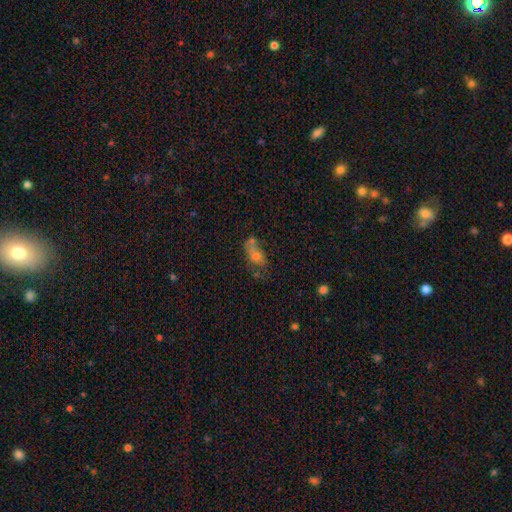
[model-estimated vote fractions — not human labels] Smooth or featured? Predicted: smooth (p=0.59). How rounded? Predicted: in between (p=0.78). Merging? Predicted: none (p=0.34).